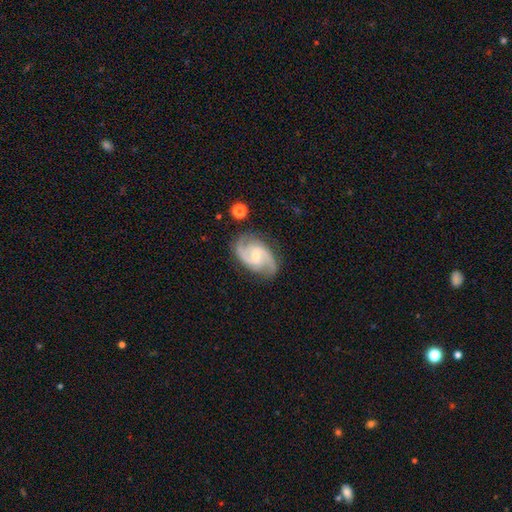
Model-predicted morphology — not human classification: smooth_or_featured: featured or disk (p=0.89) [alt: smooth p=0.06]
disk_edge_on: no (p=0.97) [alt: yes p=0.03]
bar: weak (p=0.45) [alt: no p=0.44]
has_spiral_arms: yes (p=0.98) [alt: no p=0.02]
spiral_winding: medium (p=0.57) [alt: tight p=0.26]
spiral_arm_count: 2 (p=0.85) [alt: 3 p=0.07]
bulge_size: small (p=0.60) [alt: moderate p=0.35]
merging: none (p=0.78) [alt: minor disturbance p=0.15]